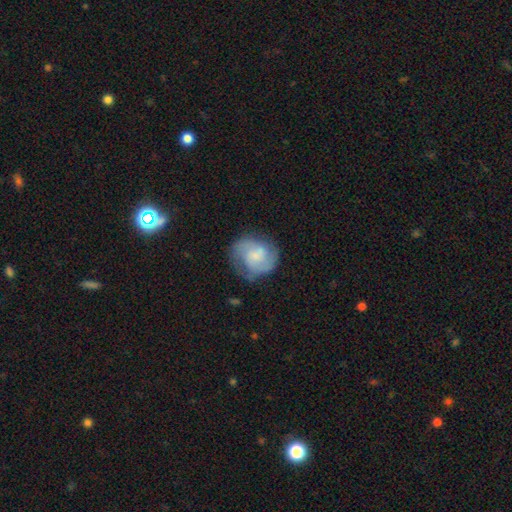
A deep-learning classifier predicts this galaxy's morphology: The model was most divided on "spiral winding": medium: 46%, tight: 38%, loose: 17%. Remaining: edge-on disk — no (98%); spiral arms — yes (90%); spiral arm count — 2 (68%); merging — none (65%); smooth or featured — featured or disk (63%); bar — no (59%); bulge size — small (44%).